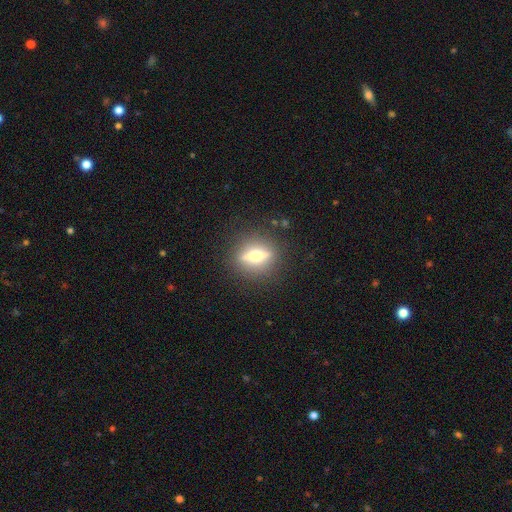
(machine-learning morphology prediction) Smooth or featured?
  - featured or disk: 64% *
  - smooth: 27%
  - star or artifact: 9%
Edge-on disk?
  - yes: 78% *
  - no: 22%
Edge-on bulge?
  - rounded: 93% *
  - boxy: 4%
  - none: 3%
Merging?
  - none: 87% *
  - minor disturbance: 8%
  - major disturbance: 4%
  - merger: 1%